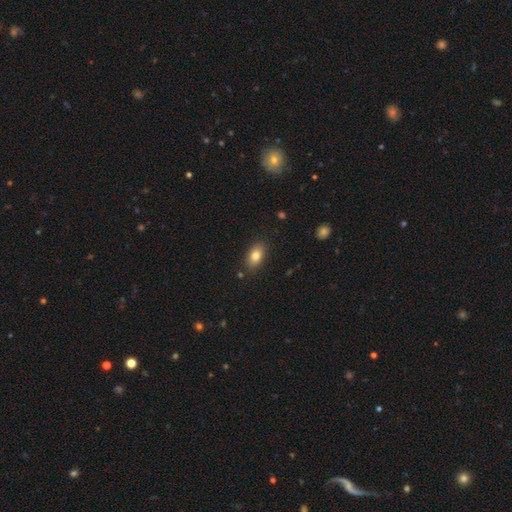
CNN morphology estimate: This appears to be a smooth galaxy with no disk features (81%) that is in between round and cigar-shaped (88%). Merging: none (85%).